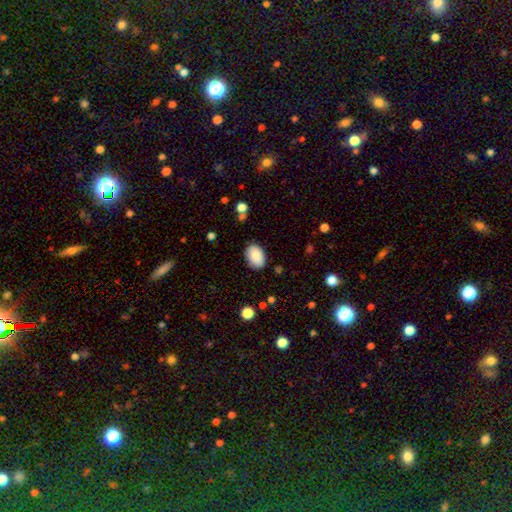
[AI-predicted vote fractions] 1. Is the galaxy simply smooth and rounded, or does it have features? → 87% smooth, 7% star or artifact, 7% featured or disk.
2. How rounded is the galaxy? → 87% in between, 11% round, 1% cigar-shaped.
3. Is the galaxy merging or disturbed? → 83% none, 12% minor disturbance, 3% major disturbance, 2% merger.